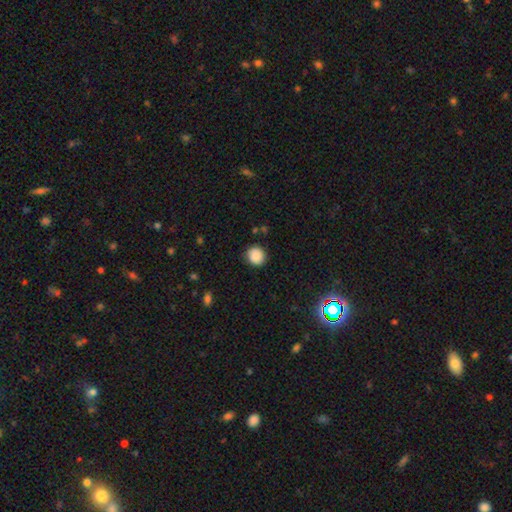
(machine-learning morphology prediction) Smooth or featured?
  - smooth: 87% *
  - star or artifact: 9%
  - featured or disk: 4%
How rounded?
  - round: 88% *
  - in between: 11%
  - cigar-shaped: 1%
Merging?
  - none: 85% *
  - minor disturbance: 11%
  - major disturbance: 3%
  - merger: 1%